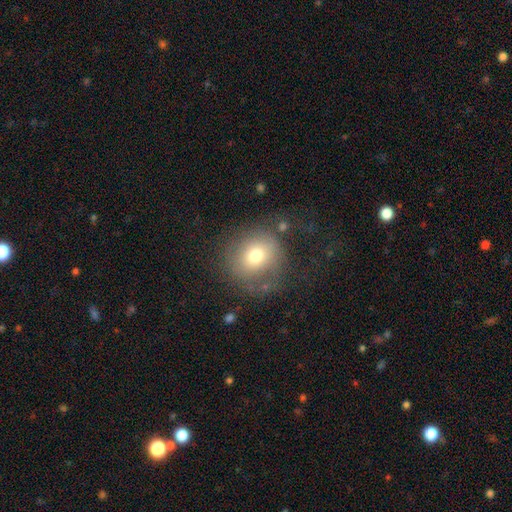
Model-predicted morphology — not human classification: Smooth or featured?
  - smooth: 70% *
  - featured or disk: 17%
  - star or artifact: 12%
How rounded?
  - round: 83% *
  - in between: 16%
  - cigar-shaped: 1%
Merging?
  - none: 63% *
  - minor disturbance: 20%
  - major disturbance: 14%
  - merger: 3%